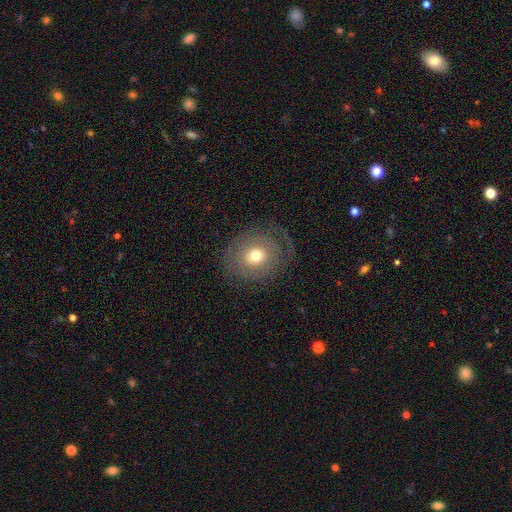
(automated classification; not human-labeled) Smooth or featured? Predicted: featured or disk (p=0.48). Merging? Predicted: none (p=0.75).